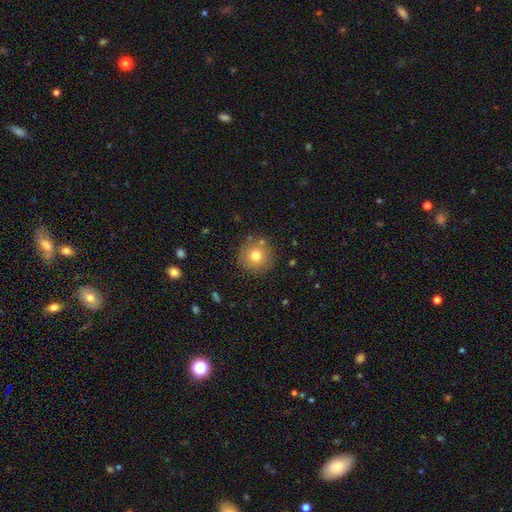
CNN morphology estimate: A smooth galaxy with no disk features (75%) that is round (95%).

Vote fractions:
- Smooth or featured? smooth: 75% / featured or disk: 13% / star or artifact: 12%
- How rounded? round: 95% / in between: 4% / cigar-shaped: 1%
- Merging? none: 86% / minor disturbance: 8% / merger: 3% / major disturbance: 3%